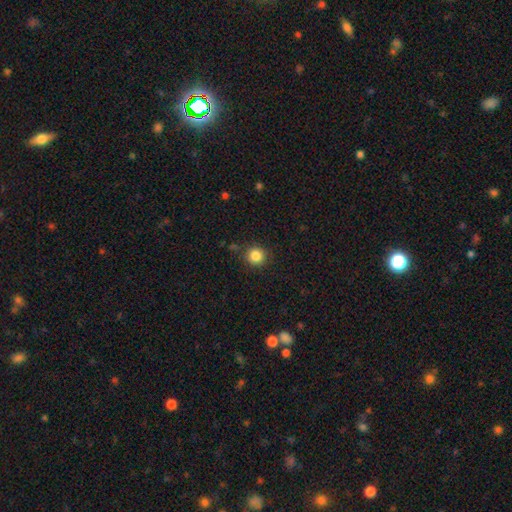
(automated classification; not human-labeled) smooth_or_featured: smooth (p=0.85) [alt: star or artifact p=0.10]
how_rounded: round (p=0.93) [alt: in between p=0.06]
merging: none (p=0.88) [alt: minor disturbance p=0.08]